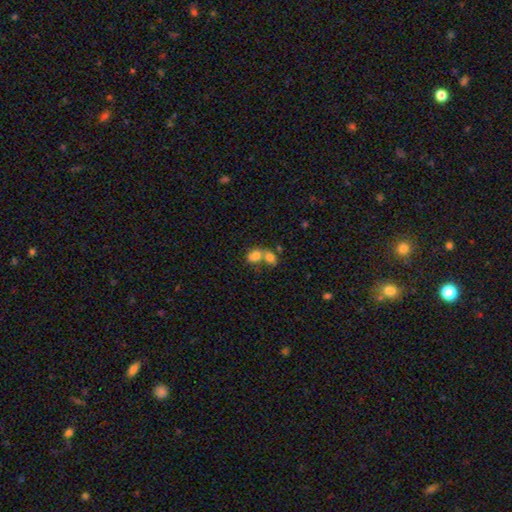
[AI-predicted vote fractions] A smooth galaxy with no disk features (77%) that is in between round and cigar-shaped (67%).

Vote fractions:
- Smooth or featured? smooth: 77% / featured or disk: 13% / star or artifact: 10%
- How rounded? in between: 67% / round: 32% / cigar-shaped: 2%
- Merging? merger: 65% / none: 23% / minor disturbance: 7% / major disturbance: 4%